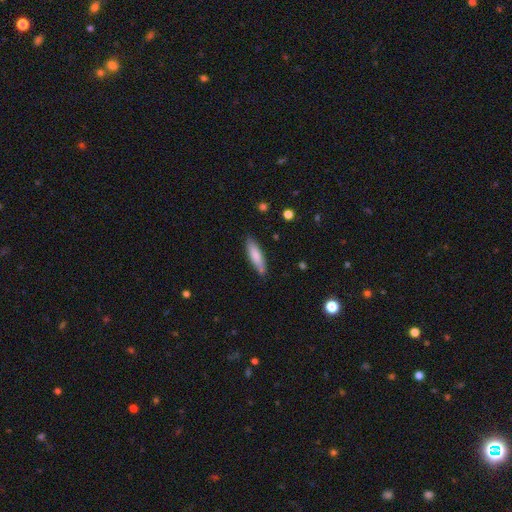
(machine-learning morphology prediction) A smooth galaxy with no disk features (78%) that is cigar-shaped (71%).

Vote fractions:
- Smooth or featured? smooth: 78% / featured or disk: 16% / star or artifact: 6%
- How rounded? cigar-shaped: 71% / in between: 28% / round: 1%
- Merging? none: 83% / minor disturbance: 13% / major disturbance: 2% / merger: 2%